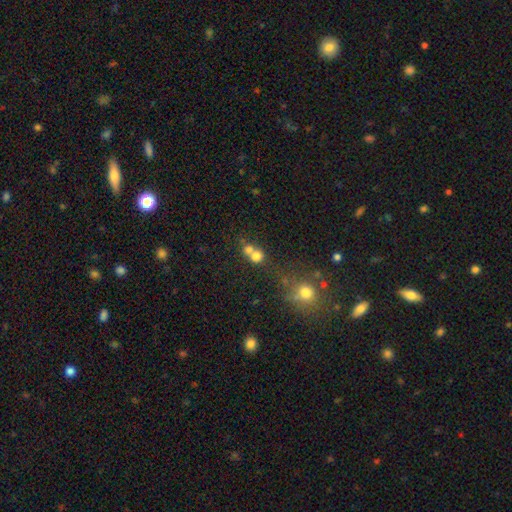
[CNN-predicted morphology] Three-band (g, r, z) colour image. It shows a smooth galaxy with no disk features (72%) that is round (78%). Merging: merger (53%).